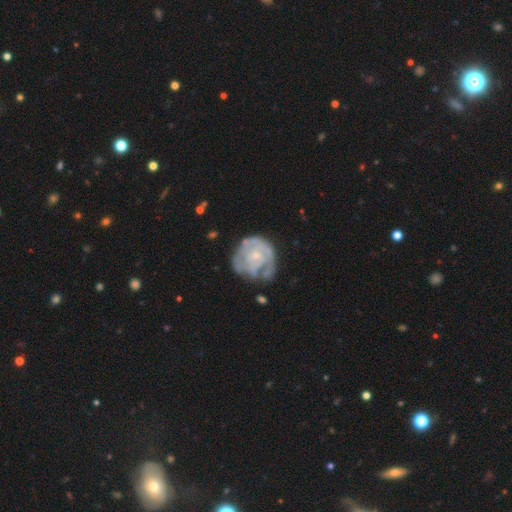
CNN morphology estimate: smooth_or_featured: featured or disk (p=0.72) [alt: smooth p=0.22]
disk_edge_on: no (p=0.98) [alt: yes p=0.02]
bar: no (p=0.81) [alt: weak p=0.16]
has_spiral_arms: yes (p=0.67) [alt: no p=0.33]
bulge_size: small (p=0.71) [alt: moderate p=0.20]
merging: none (p=0.52) [alt: minor disturbance p=0.26]